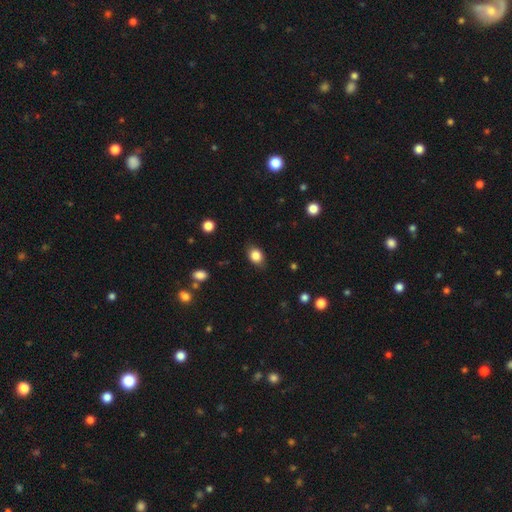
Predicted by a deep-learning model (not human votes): Smooth or featured? smooth (85%)
How rounded? in between (64%)
Merging? none (83%)